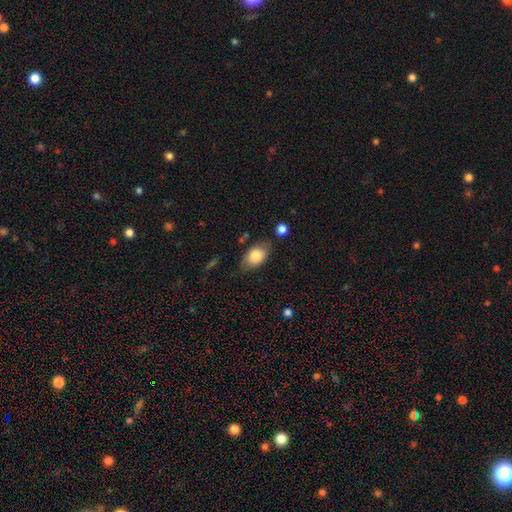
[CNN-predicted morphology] Smooth or featured: smooth — 80% (featured or disk — 13%)
How rounded: in between — 86% (round — 12%)
Merging: none — 68% (minor disturbance — 22%)